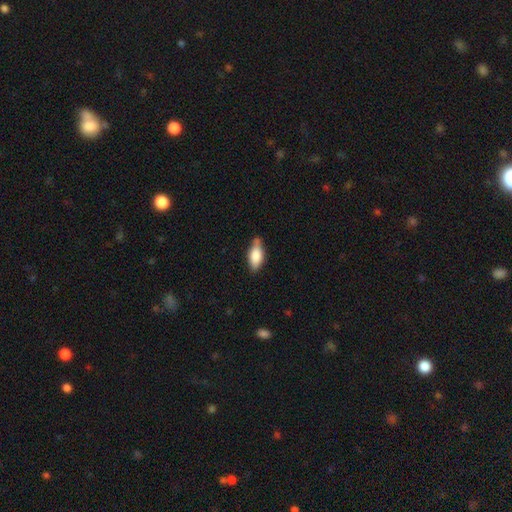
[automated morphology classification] Smooth or featured? Predicted: smooth (p=0.78). How rounded? Predicted: in between (p=0.84). Merging? Predicted: none (p=0.65).